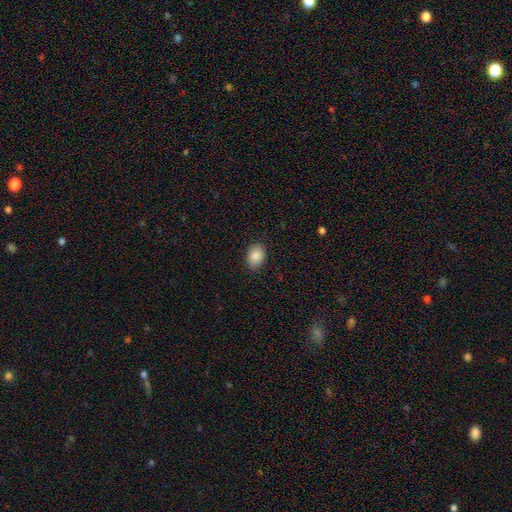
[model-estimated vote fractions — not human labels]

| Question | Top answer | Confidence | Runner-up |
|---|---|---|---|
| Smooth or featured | smooth | 89% | star or artifact (7%) |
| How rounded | in between | 78% | round (21%) |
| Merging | none | 87% | minor disturbance (10%) |